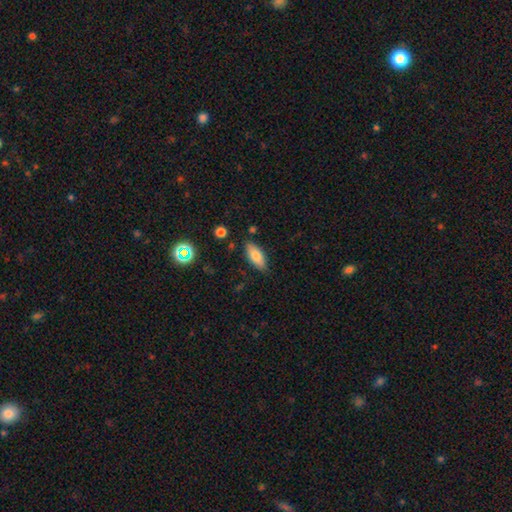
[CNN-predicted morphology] Smooth or featured? Predicted: smooth (p=0.77). How rounded? Predicted: in between (p=0.83). Merging? Predicted: none (p=0.83).